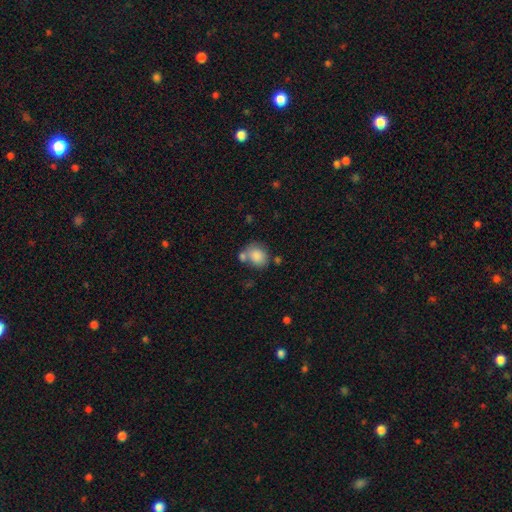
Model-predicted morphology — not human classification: This appears to be a smooth galaxy with no disk features (84%) that is round (62%). Merging: none (50%).